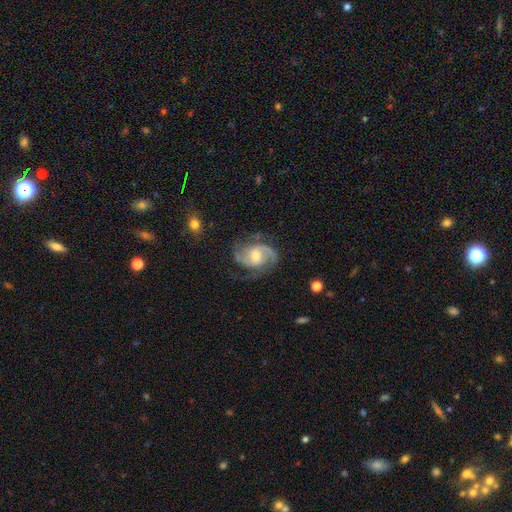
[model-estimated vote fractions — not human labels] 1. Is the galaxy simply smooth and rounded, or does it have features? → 87% featured or disk, 8% smooth, 5% star or artifact.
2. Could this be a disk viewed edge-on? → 98% no, 2% yes.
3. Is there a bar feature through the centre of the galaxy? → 57% no, 36% weak, 7% strong.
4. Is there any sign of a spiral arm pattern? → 97% yes, 3% no.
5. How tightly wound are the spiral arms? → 52% medium, 31% tight, 18% loose.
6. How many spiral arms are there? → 77% 2, 9% 3, 7% can't tell, 3% 1, 2% 4, 2% more than 4.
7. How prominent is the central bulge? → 56% moderate, 34% small, 7% large, 3% none, 1% dominant.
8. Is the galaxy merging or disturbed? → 68% none, 19% minor disturbance, 11% major disturbance, 2% merger.